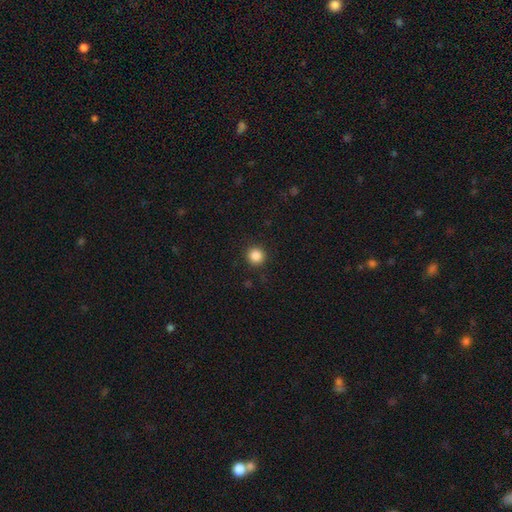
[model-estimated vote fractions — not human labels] A smooth galaxy with no disk features (86%) that is round (94%).

Vote fractions:
- Smooth or featured? smooth: 86% / star or artifact: 10% / featured or disk: 3%
- How rounded? round: 94% / in between: 5% / cigar-shaped: 1%
- Merging? none: 91% / minor disturbance: 6% / major disturbance: 2% / merger: 1%